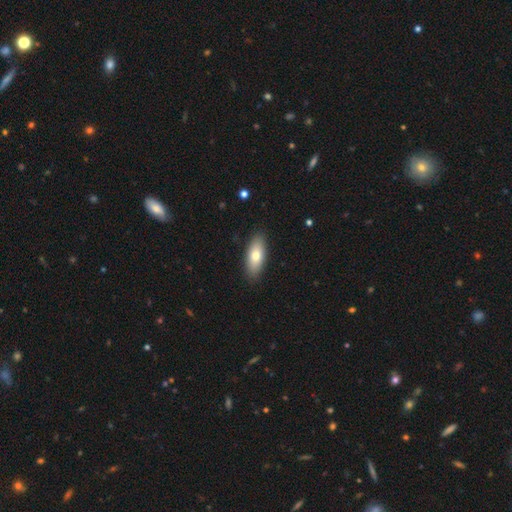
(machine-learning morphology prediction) Overall: smooth (74%). How rounded: in between (81%). Merging: none (89%).